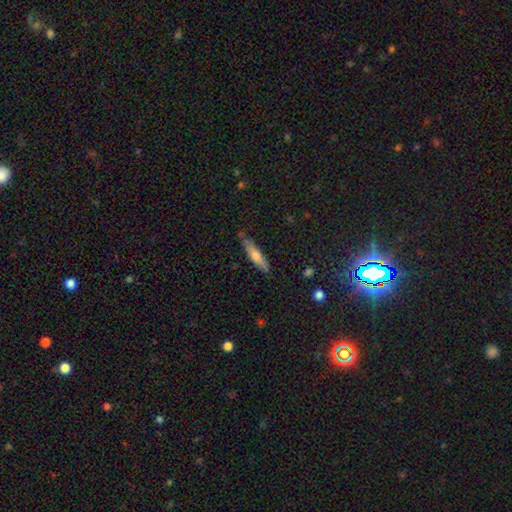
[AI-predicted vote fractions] A smooth galaxy with no disk features (59%) that is cigar-shaped (82%). Merging: none (78%).